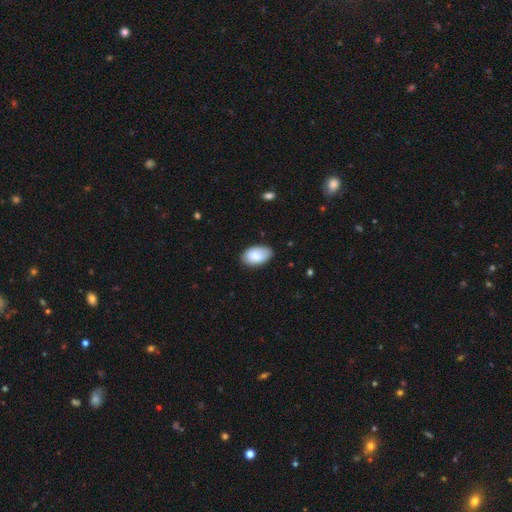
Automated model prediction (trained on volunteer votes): Smooth or featured? smooth (85%)
How rounded? in between (94%)
Merging? none (75%)